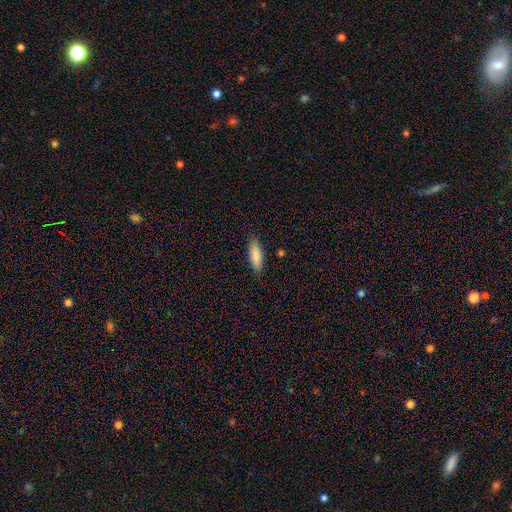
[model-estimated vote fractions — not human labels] Smooth or featured: smooth — 87% (featured or disk — 7%)
How rounded: in between — 61% (cigar-shaped — 37%)
Merging: none — 85% (minor disturbance — 11%)